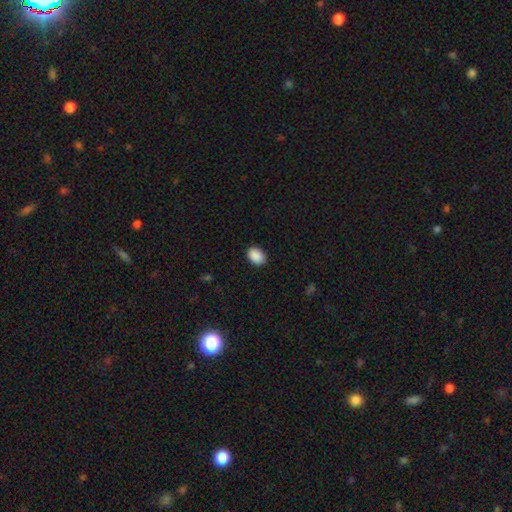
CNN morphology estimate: Smooth or featured? Predicted: smooth (p=0.90). How rounded? Predicted: in between (p=0.79). Merging? Predicted: none (p=0.88).